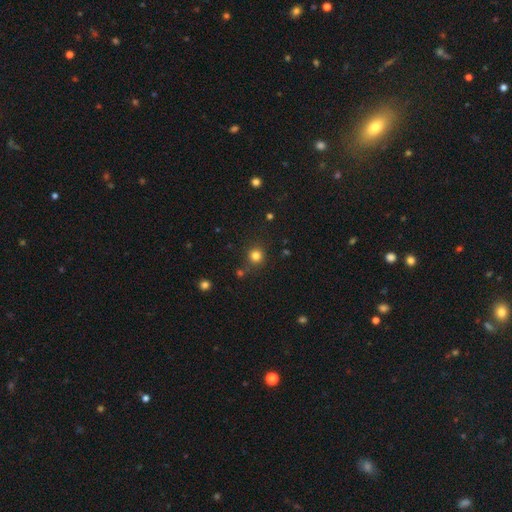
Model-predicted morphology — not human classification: This is clearly a smooth galaxy (80%). How rounded: clearly round (92%). Merging: clearly none (82%).